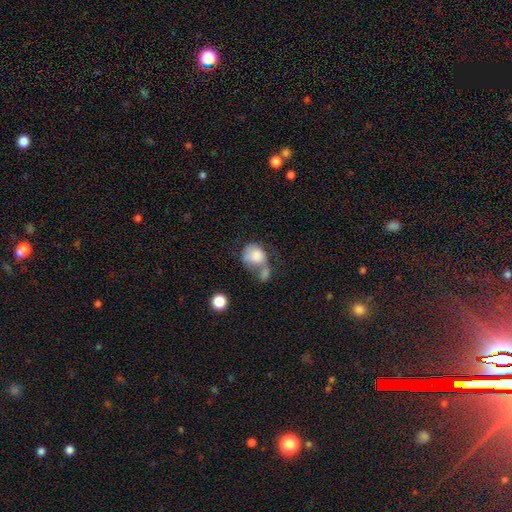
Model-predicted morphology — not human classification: Q: Smooth or featured?
A: smooth (76%); runner-up: featured or disk (17%)
Q: How rounded?
A: round (56%); runner-up: in between (43%)
Q: Merging?
A: merger (48%); runner-up: major disturbance (22%)